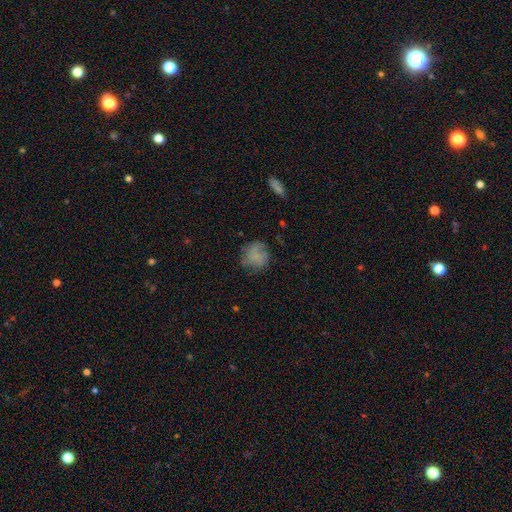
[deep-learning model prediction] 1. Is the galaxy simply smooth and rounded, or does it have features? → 64% smooth, 25% featured or disk, 11% star or artifact.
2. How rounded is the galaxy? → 82% round, 17% in between, 1% cigar-shaped.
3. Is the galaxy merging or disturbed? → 64% none, 22% minor disturbance, 11% major disturbance, 2% merger.